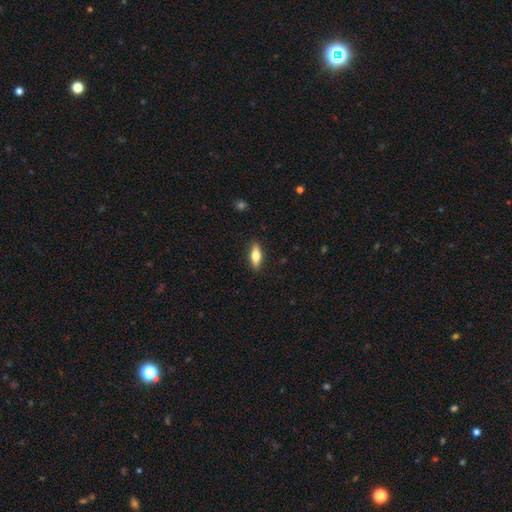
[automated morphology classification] A smooth galaxy with no disk features (66%) that is in between round and cigar-shaped (63%).

Vote fractions:
- Smooth or featured? smooth: 66% / featured or disk: 28% / star or artifact: 6%
- How rounded? in between: 63% / cigar-shaped: 34% / round: 3%
- Merging? none: 88% / minor disturbance: 9% / major disturbance: 2% / merger: 1%